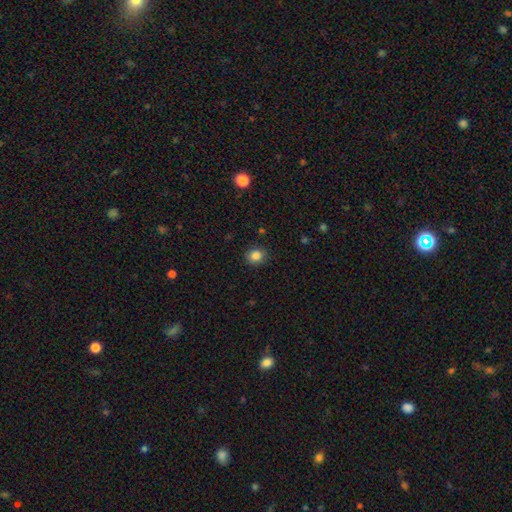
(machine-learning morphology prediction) smooth 85%, star or artifact 11%, featured or disk 4%. Down the decision tree: how rounded — round (76%); merging — none (87%).